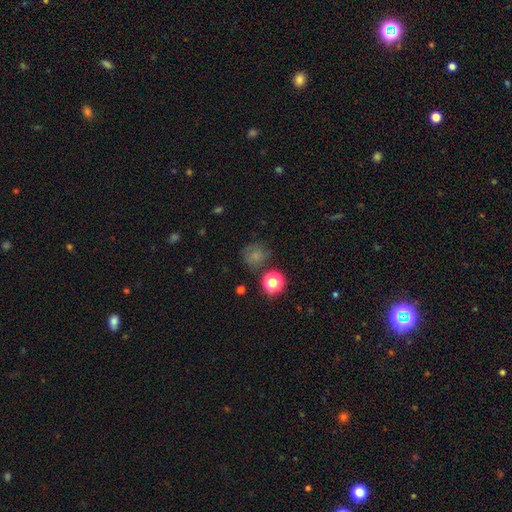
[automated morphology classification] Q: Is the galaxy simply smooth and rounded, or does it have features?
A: smooth — 71%.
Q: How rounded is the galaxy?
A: round — 87%.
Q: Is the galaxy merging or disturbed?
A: none — 70%.